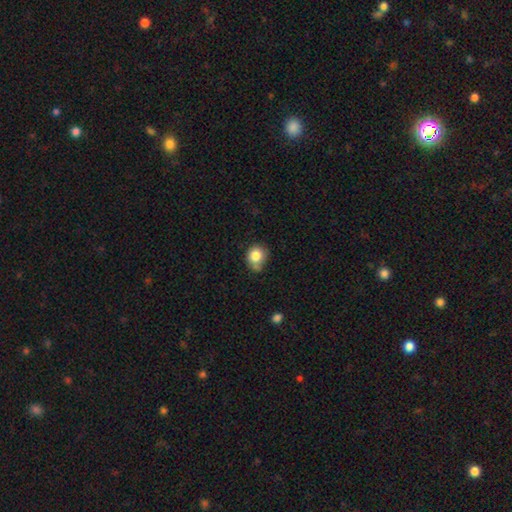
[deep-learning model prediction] Smooth or featured: smooth — 83% (star or artifact — 10%)
How rounded: round — 75% (in between — 24%)
Merging: none — 55% (minor disturbance — 30%)